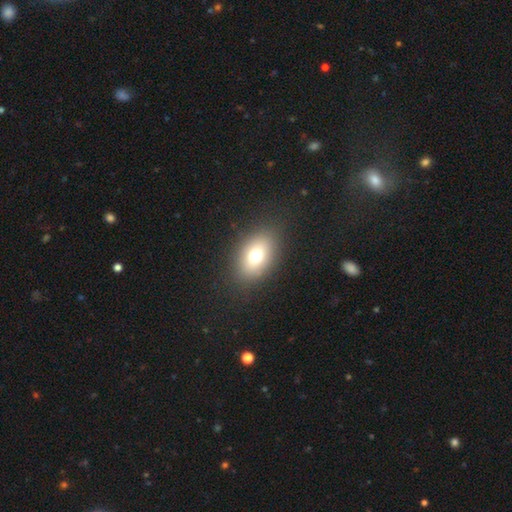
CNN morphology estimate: This is likely a smooth galaxy (72%). How rounded: likely in between (79%). Merging: clearly none (86%).